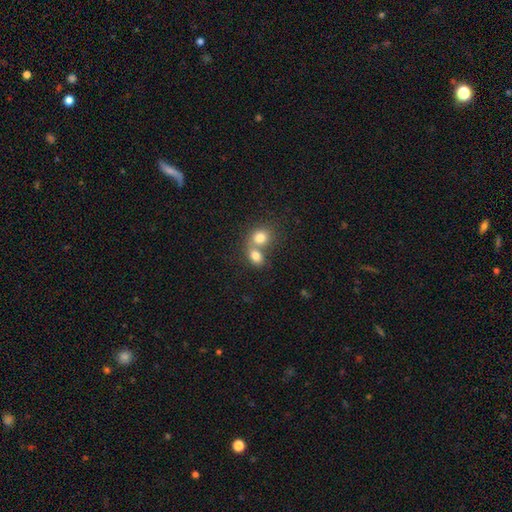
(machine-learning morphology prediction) Overall: smooth (78%). How rounded: in between (50%; round 49%). Merging: merger (64%; none 27%).